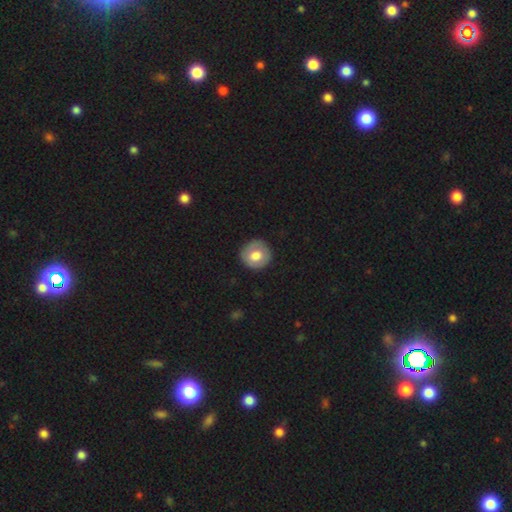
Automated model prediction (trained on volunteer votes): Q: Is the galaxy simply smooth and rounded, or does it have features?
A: smooth — 68%.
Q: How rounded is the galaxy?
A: round — 90%.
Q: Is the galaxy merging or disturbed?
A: none — 84%.